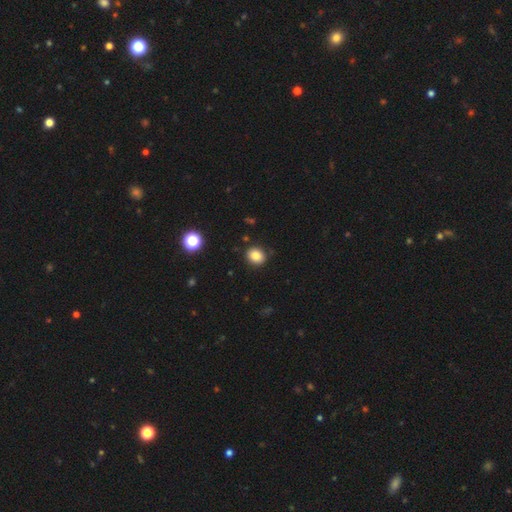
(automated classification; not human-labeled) smooth 84%, star or artifact 11%, featured or disk 5%. Down the decision tree: how rounded — round (67%); merging — none (87%).